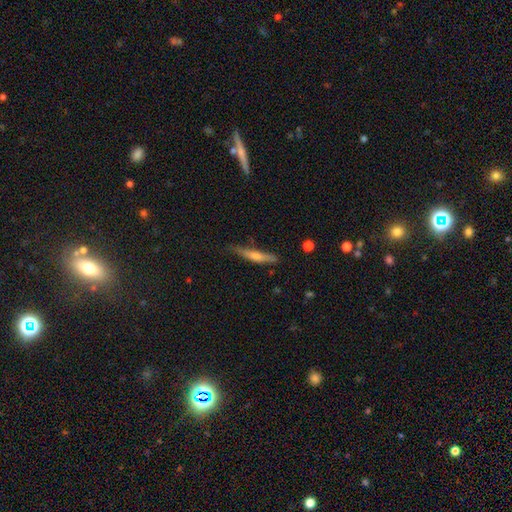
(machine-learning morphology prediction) A smooth galaxy with no disk features (47%).

Vote fractions:
- Smooth or featured? smooth: 47% / featured or disk: 46% / star or artifact: 7%
- Merging? none: 77% / minor disturbance: 18% / major disturbance: 3% / merger: 2%